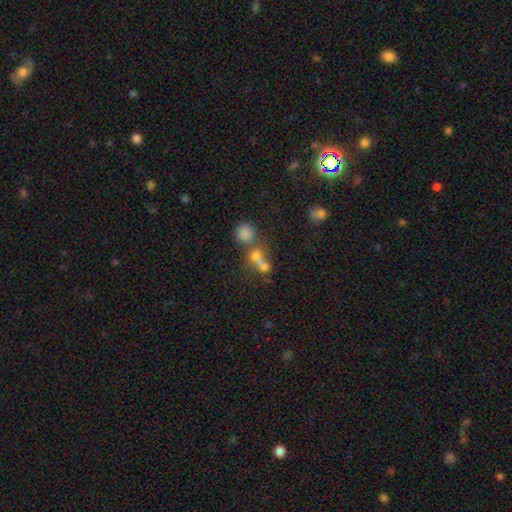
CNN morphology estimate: Smooth or featured?
  - smooth: 61% *
  - star or artifact: 20%
  - featured or disk: 20%
How rounded?
  - round: 68% *
  - in between: 26%
  - cigar-shaped: 5%
Merging?
  - merger: 55% *
  - none: 31%
  - minor disturbance: 7%
  - major disturbance: 7%